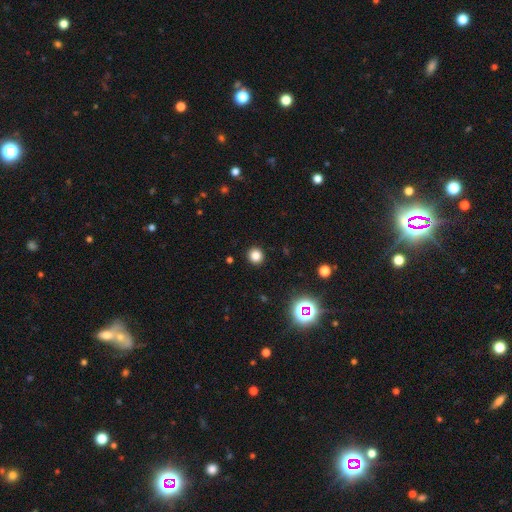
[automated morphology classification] Q: Smooth or featured?
A: smooth (81%); runner-up: star or artifact (16%)
Q: How rounded?
A: round (92%); runner-up: in between (7%)
Q: Merging?
A: none (92%); runner-up: minor disturbance (5%)